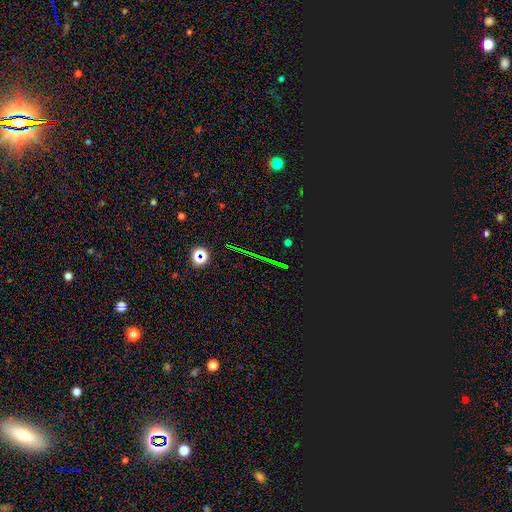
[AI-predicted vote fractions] Smooth or featured? Predicted: star or artifact (p=0.78).